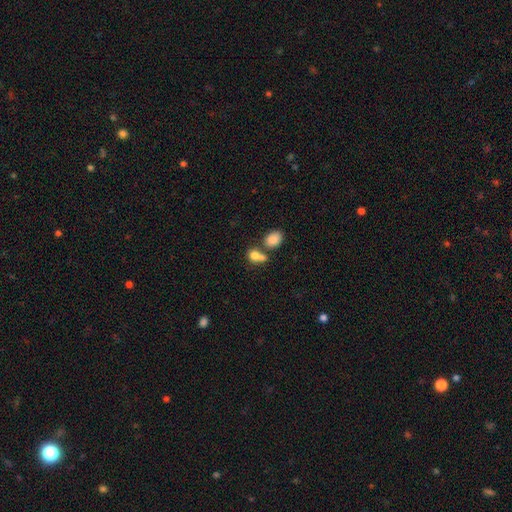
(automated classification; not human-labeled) Overall: smooth (81%). How rounded: in between (53%; round 45%). Merging: merger (53%; none 34%).